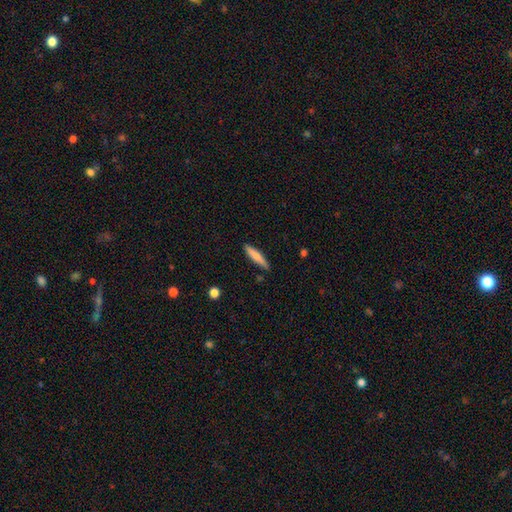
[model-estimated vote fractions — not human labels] Smooth or featured? smooth (75%)
How rounded? cigar-shaped (86%)
Merging? none (85%)